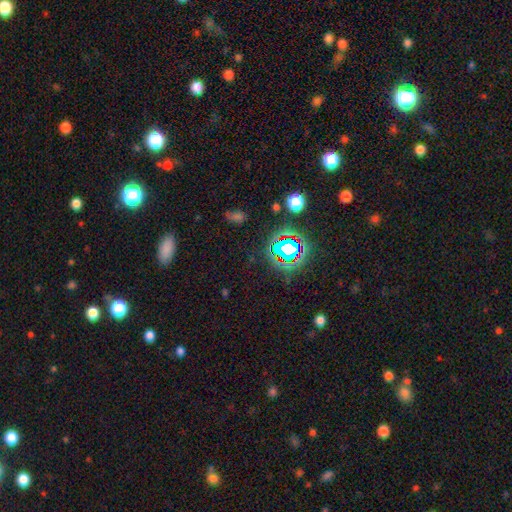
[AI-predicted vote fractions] Smooth or featured? Predicted: star or artifact (p=0.72).